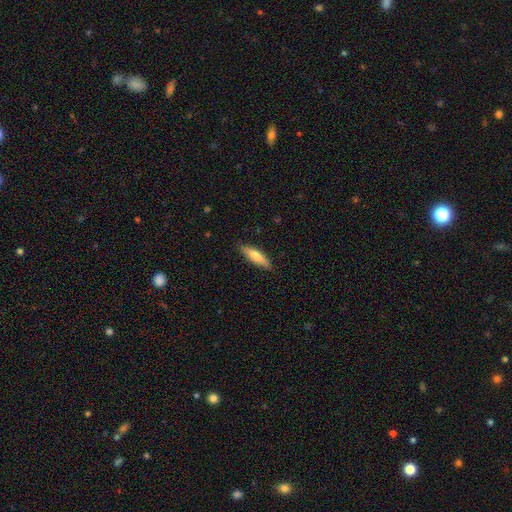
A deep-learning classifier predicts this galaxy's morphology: type=smooth (72%); roundness=cigar-shaped (65%); merging=none (84%).